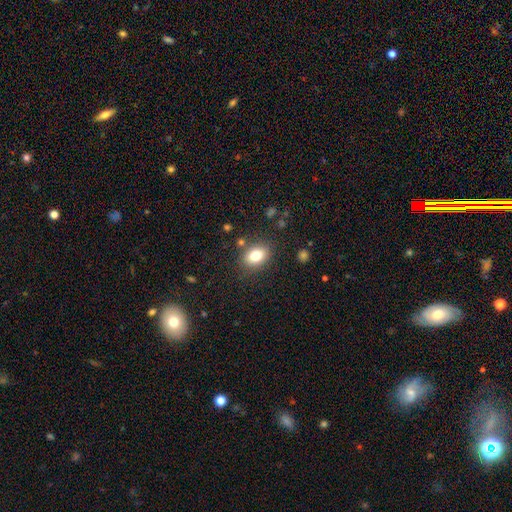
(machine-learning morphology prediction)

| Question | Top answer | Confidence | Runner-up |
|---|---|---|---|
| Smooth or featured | smooth | 79% | featured or disk (11%) |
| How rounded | in between | 73% | round (26%) |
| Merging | none | 81% | minor disturbance (12%) |